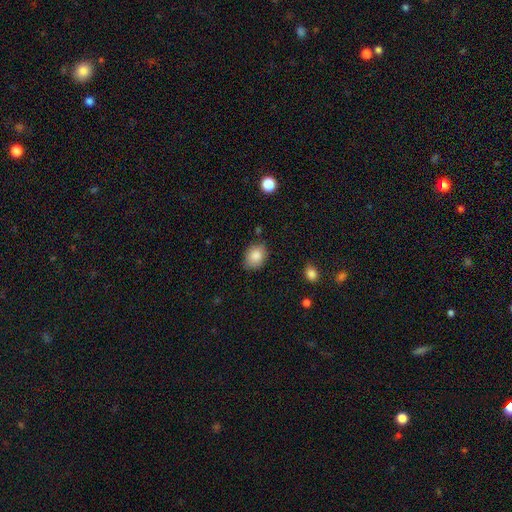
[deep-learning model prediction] smooth_or_featured: smooth (p=0.86) [alt: star or artifact p=0.08]
how_rounded: in between (p=0.63) [alt: round p=0.36]
merging: none (p=0.79) [alt: minor disturbance p=0.17]